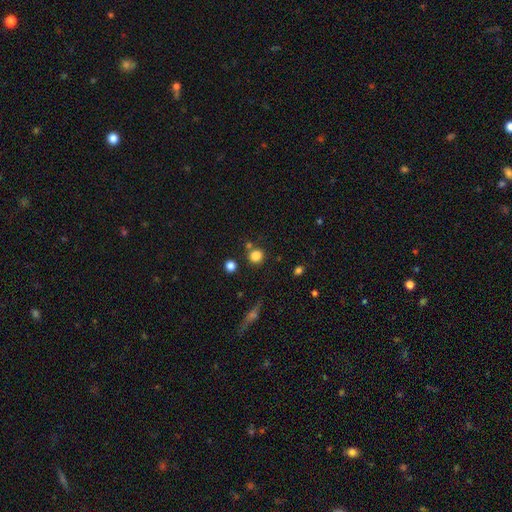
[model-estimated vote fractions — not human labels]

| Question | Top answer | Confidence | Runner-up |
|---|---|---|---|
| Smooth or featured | smooth | 82% | star or artifact (13%) |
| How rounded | round | 89% | in between (9%) |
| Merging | none | 76% | merger (13%) |